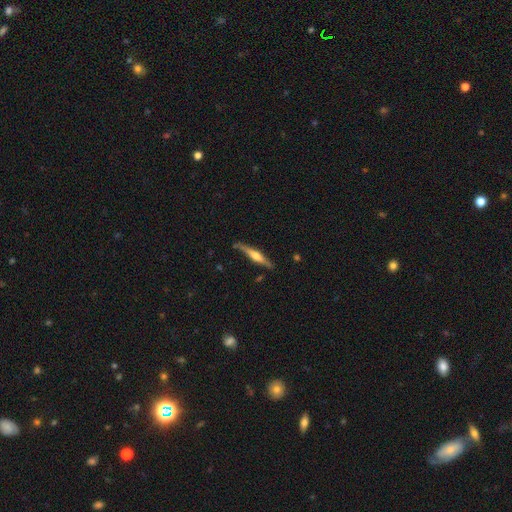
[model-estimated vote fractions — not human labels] featured or disk 69%, smooth 26%, star or artifact 5%. Down the decision tree: edge-on disk — yes (97%); edge-on bulge — rounded (83%); merging — none (82%).